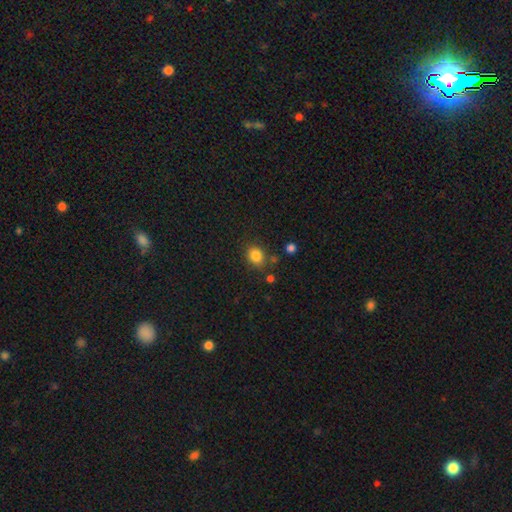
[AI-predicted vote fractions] smooth_or_featured: smooth (p=0.83) [alt: star or artifact p=0.11]
how_rounded: round (p=0.58) [alt: in between p=0.41]
merging: none (p=0.77) [alt: minor disturbance p=0.13]